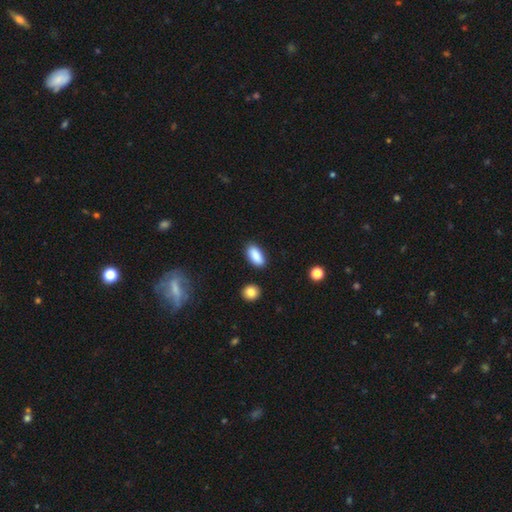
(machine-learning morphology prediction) type=smooth (88%); roundness=in between (89%); merging=none (86%).